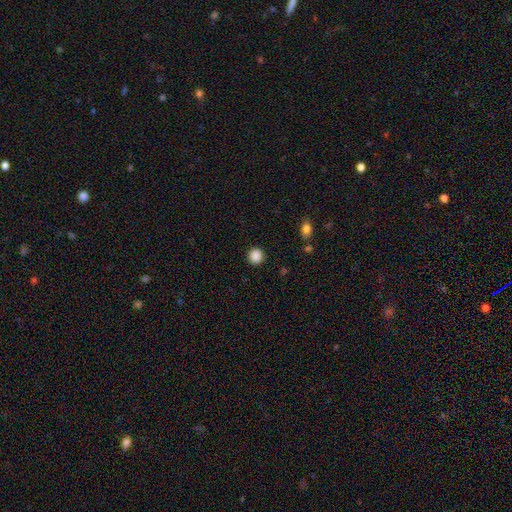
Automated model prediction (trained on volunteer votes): Smooth or featured: smooth — 88% (star or artifact — 9%)
How rounded: round — 92% (in between — 7%)
Merging: none — 92% (minor disturbance — 5%)